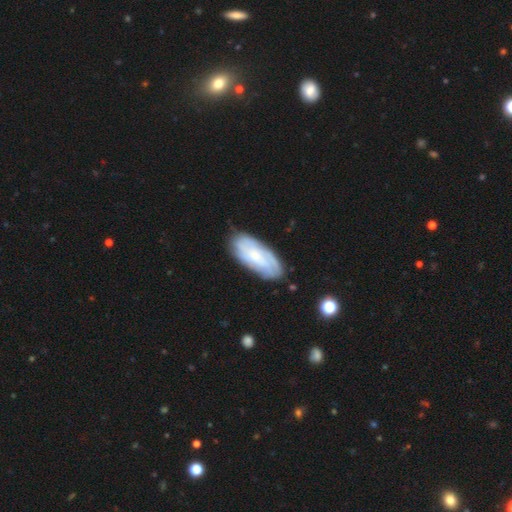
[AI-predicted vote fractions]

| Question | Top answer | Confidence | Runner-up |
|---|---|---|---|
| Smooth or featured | featured or disk | 48% | smooth (45%) |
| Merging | none | 77% | minor disturbance (17%) |